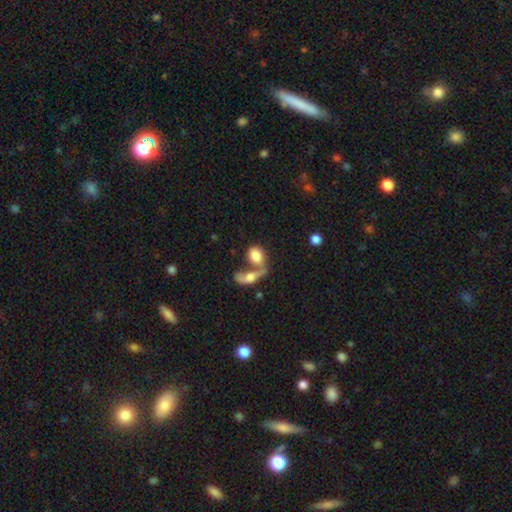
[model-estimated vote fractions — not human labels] This is likely a smooth galaxy (72%). How rounded: likely in between (75%). Merging: likely merger (66%).